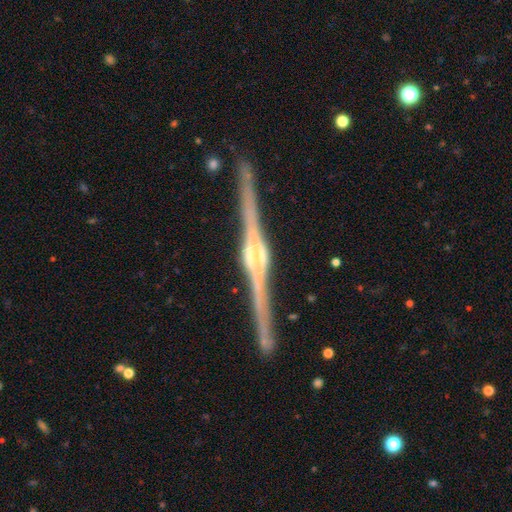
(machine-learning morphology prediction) Q: Smooth or featured?
A: featured or disk (91%); runner-up: star or artifact (5%)
Q: Edge-on disk?
A: yes (99%); runner-up: no (1%)
Q: Edge-on bulge?
A: rounded (61%); runner-up: boxy (33%)
Q: Merging?
A: none (90%); runner-up: minor disturbance (7%)